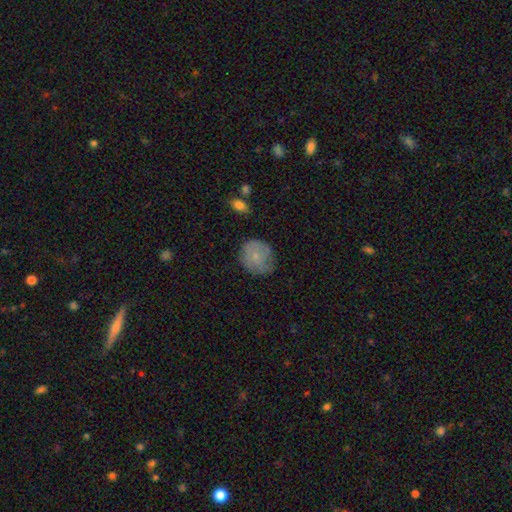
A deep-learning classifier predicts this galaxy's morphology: type=smooth (73%); roundness=round (84%); merging=none (64%).